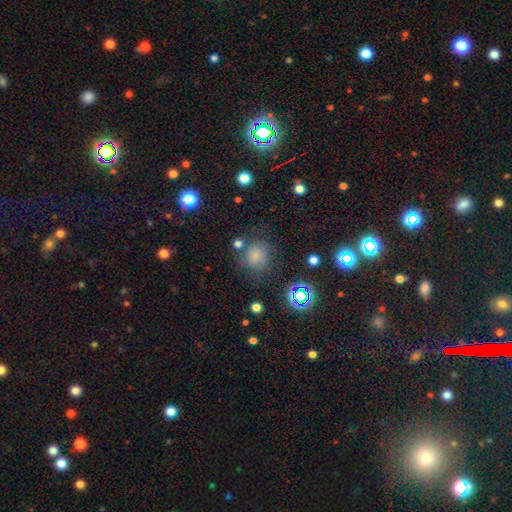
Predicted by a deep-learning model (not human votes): smooth_or_featured: smooth (p=0.74) [alt: star or artifact p=0.17]
how_rounded: round (p=0.89) [alt: in between p=0.10]
merging: none (p=0.73) [alt: minor disturbance p=0.14]